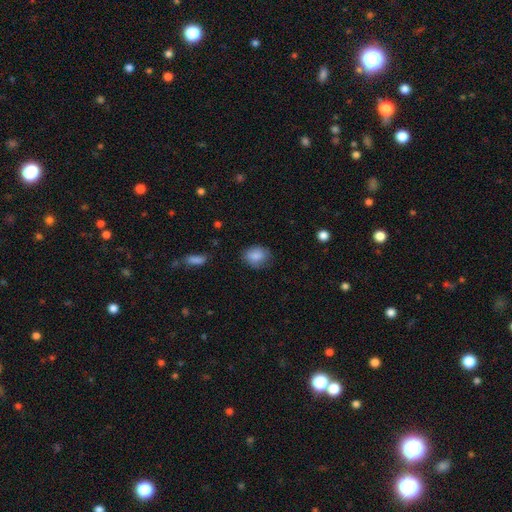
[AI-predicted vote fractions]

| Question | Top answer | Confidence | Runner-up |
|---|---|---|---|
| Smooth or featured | smooth | 85% | featured or disk (8%) |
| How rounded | in between | 50% | round (49%) |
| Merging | none | 73% | minor disturbance (21%) |